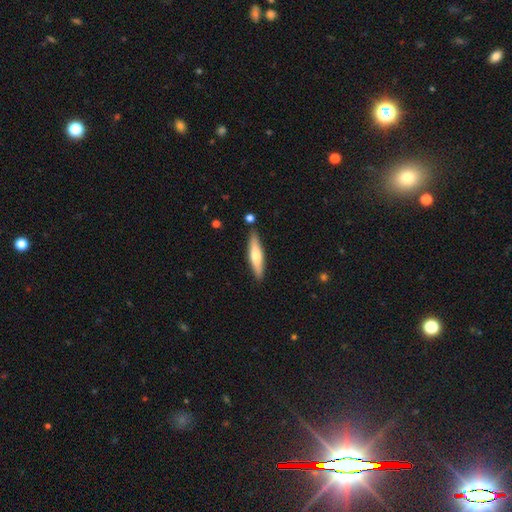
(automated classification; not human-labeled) A smooth galaxy with no disk features (57%) that is cigar-shaped (82%).

Vote fractions:
- Smooth or featured? smooth: 57% / featured or disk: 38% / star or artifact: 5%
- How rounded? cigar-shaped: 82% / in between: 16% / round: 1%
- Merging? none: 86% / minor disturbance: 9% / merger: 3% / major disturbance: 2%